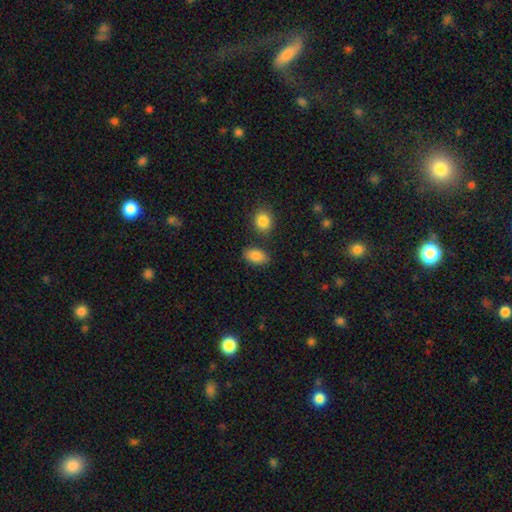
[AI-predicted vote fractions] Smooth or featured? Predicted: smooth (p=0.87). How rounded? Predicted: in between (p=0.90). Merging? Predicted: none (p=0.79).